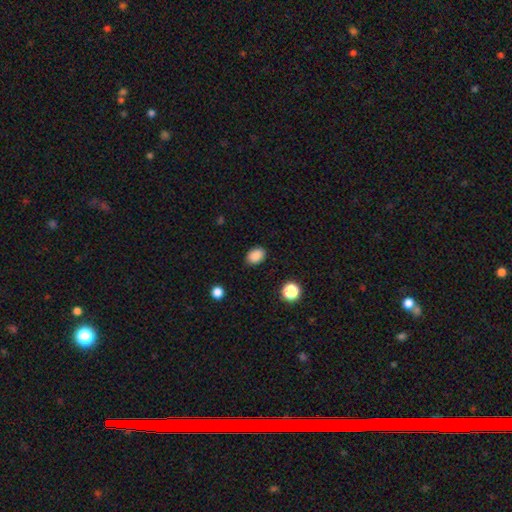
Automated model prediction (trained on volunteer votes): The model was most divided on "how rounded": in between: 75%, round: 24%, cigar-shaped: 1%. More confident: merging — none (87%); smooth or featured — smooth (87%).